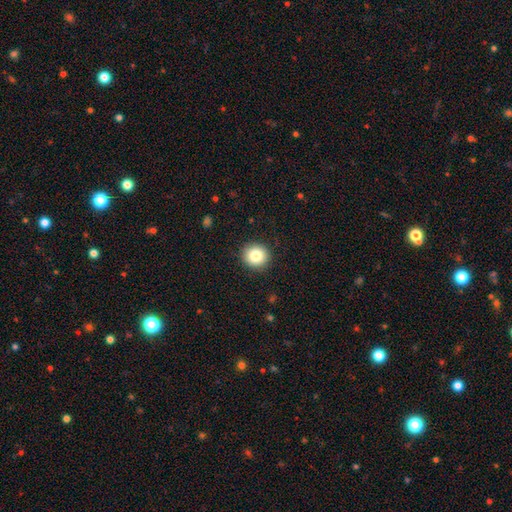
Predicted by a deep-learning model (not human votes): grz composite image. It shows a smooth galaxy with no disk features (83%) that is round (92%). Merging: none (91%).